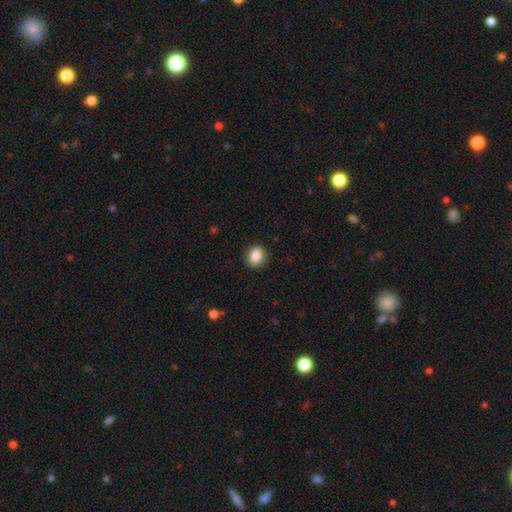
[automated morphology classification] A smooth galaxy with no disk features (84%) that is round (55%).

Vote fractions:
- Smooth or featured? smooth: 84% / star or artifact: 8% / featured or disk: 8%
- How rounded? round: 55% / in between: 43% / cigar-shaped: 1%
- Merging? none: 87% / minor disturbance: 10% / major disturbance: 2% / merger: 1%